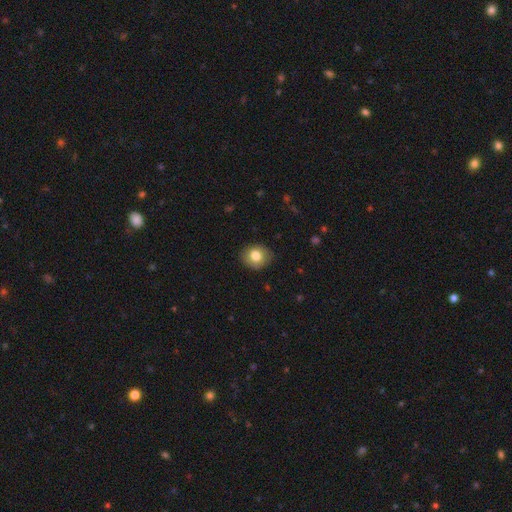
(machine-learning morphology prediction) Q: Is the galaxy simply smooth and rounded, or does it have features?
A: smooth — 79%.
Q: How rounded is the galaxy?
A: round — 67%.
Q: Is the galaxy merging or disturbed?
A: none — 86%.